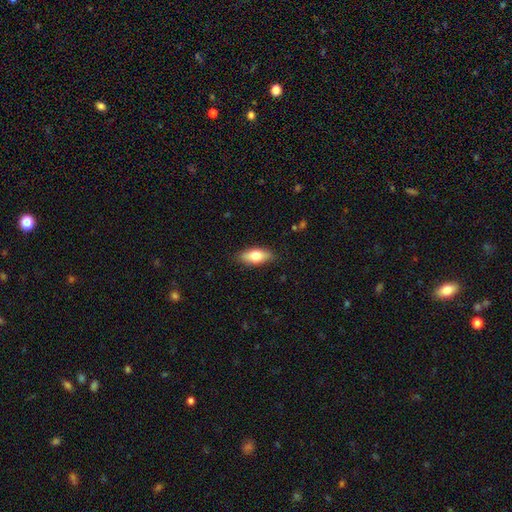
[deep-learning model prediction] Q: Smooth or featured?
A: smooth (73%); runner-up: featured or disk (21%)
Q: How rounded?
A: in between (80%); runner-up: cigar-shaped (17%)
Q: Merging?
A: none (86%); runner-up: minor disturbance (11%)